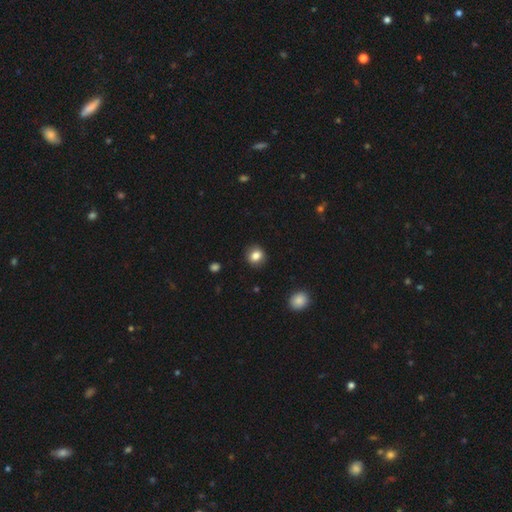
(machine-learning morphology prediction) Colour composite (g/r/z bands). It shows a smooth galaxy with no disk features (83%) that is round (81%). Merging: none (90%).